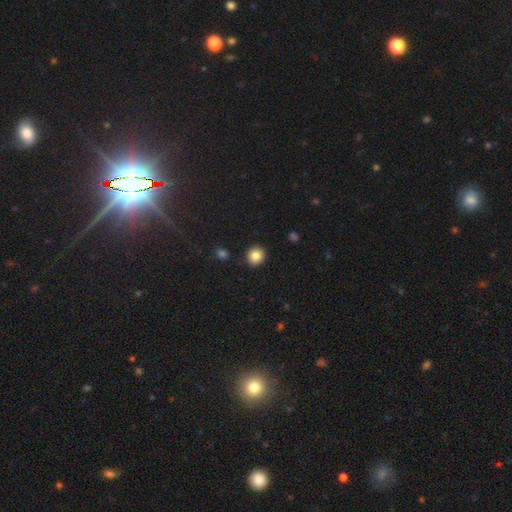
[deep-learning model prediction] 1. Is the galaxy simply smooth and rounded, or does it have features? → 84% smooth, 10% star or artifact, 6% featured or disk.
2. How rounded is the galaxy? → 89% round, 10% in between, 1% cigar-shaped.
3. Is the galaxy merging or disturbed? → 91% none, 6% minor disturbance, 2% major disturbance, 2% merger.